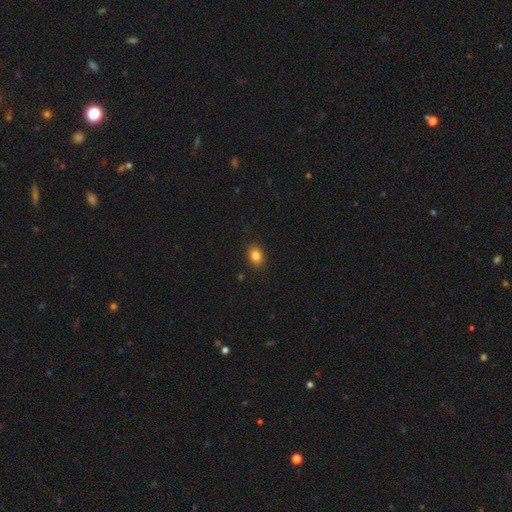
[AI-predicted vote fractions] This is clearly a smooth galaxy (84%). How rounded: likely in between (69%). Merging: clearly none (89%).